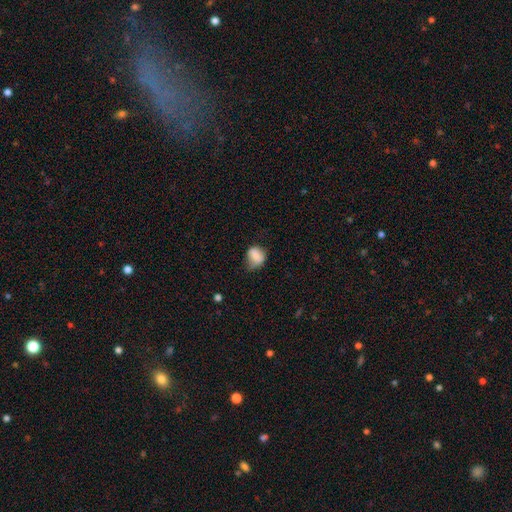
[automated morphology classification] This is likely a smooth galaxy (76%). How rounded: possibly round (53%). Merging: marginally none (44%).